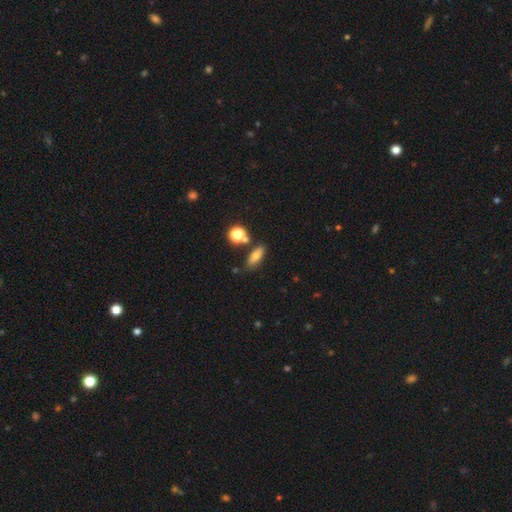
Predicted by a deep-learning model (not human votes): smooth_or_featured: smooth (p=0.73) [alt: featured or disk p=0.15]
how_rounded: in between (p=0.68) [alt: cigar-shaped p=0.23]
merging: none (p=0.71) [alt: minor disturbance p=0.14]